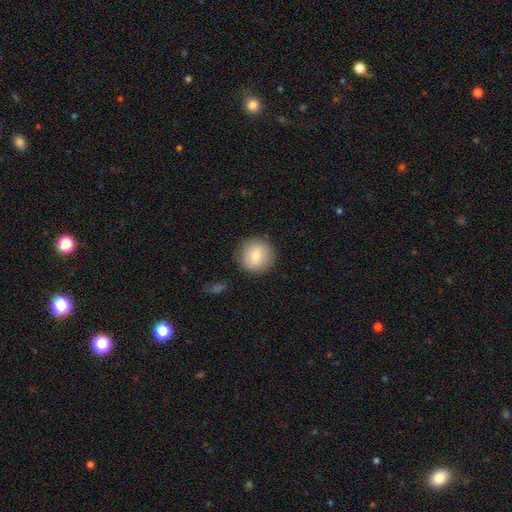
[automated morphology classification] A smooth galaxy with no disk features (79%) that is round (92%).

Vote fractions:
- Smooth or featured? smooth: 79% / featured or disk: 13% / star or artifact: 8%
- How rounded? round: 92% / in between: 7% / cigar-shaped: 1%
- Merging? none: 86% / minor disturbance: 9% / major disturbance: 3% / merger: 2%